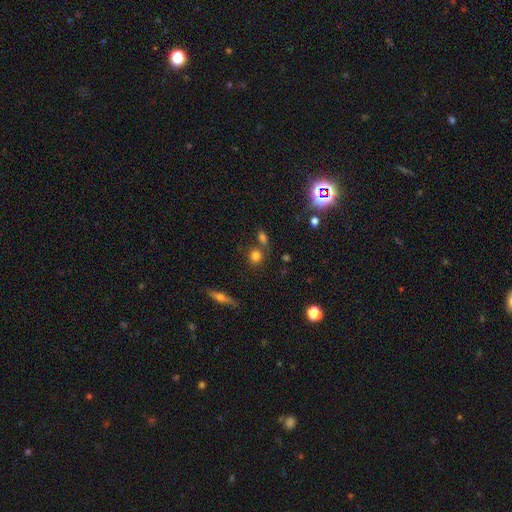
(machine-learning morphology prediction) A smooth galaxy with no disk features (78%) that is round (76%).

Vote fractions:
- Smooth or featured? smooth: 78% / star or artifact: 14% / featured or disk: 9%
- How rounded? round: 76% / in between: 21% / cigar-shaped: 3%
- Merging? none: 66% / merger: 20% / minor disturbance: 10% / major disturbance: 4%